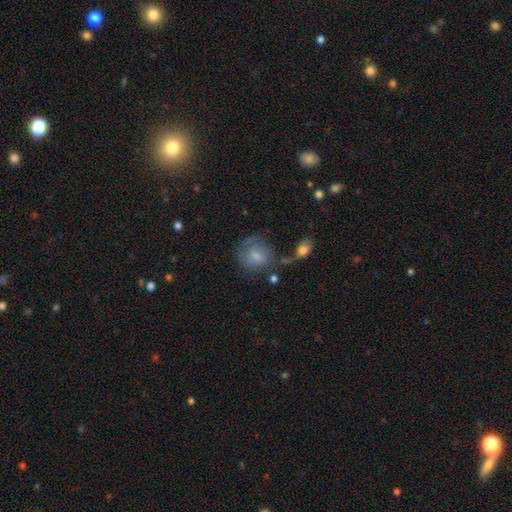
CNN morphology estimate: This appears to be a smooth galaxy with no disk features (74%) that is round (77%). Merging: none (49%).